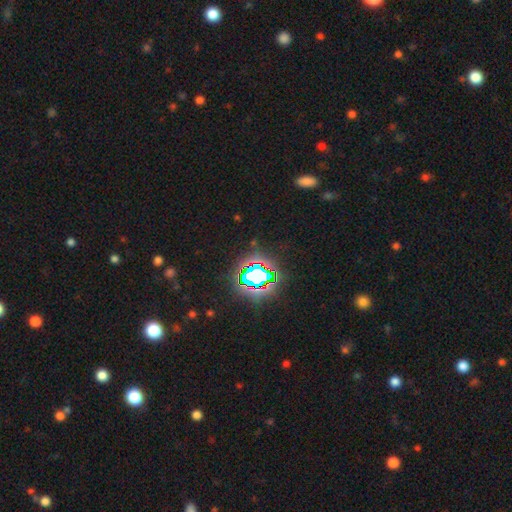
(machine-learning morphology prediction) Smooth or featured? star or artifact (79%)